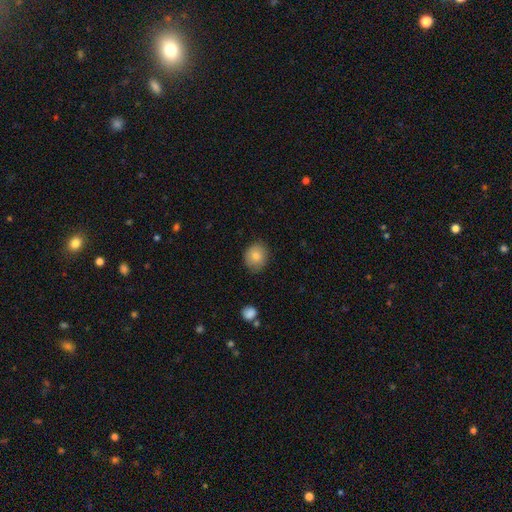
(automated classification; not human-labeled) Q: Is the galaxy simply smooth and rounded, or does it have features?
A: smooth — 81%.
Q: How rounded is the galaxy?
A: round — 72%.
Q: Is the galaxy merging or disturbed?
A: none — 80%.